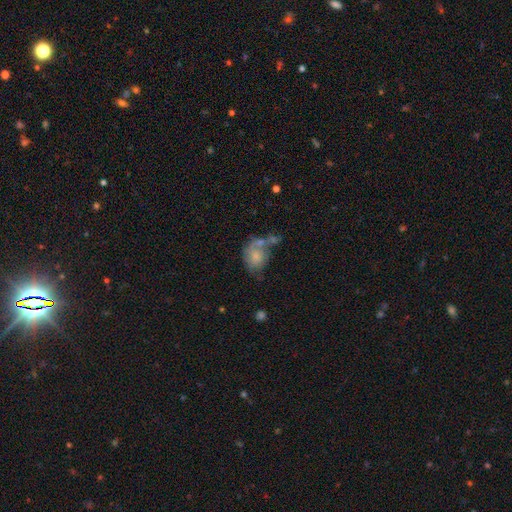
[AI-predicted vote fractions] A smooth galaxy with no disk features (66%) that is in between round and cigar-shaped (59%).

Vote fractions:
- Smooth or featured? smooth: 66% / featured or disk: 25% / star or artifact: 9%
- How rounded? in between: 59% / round: 40% / cigar-shaped: 1%
- Merging? merger: 31% / none: 29% / minor disturbance: 20% / major disturbance: 20%